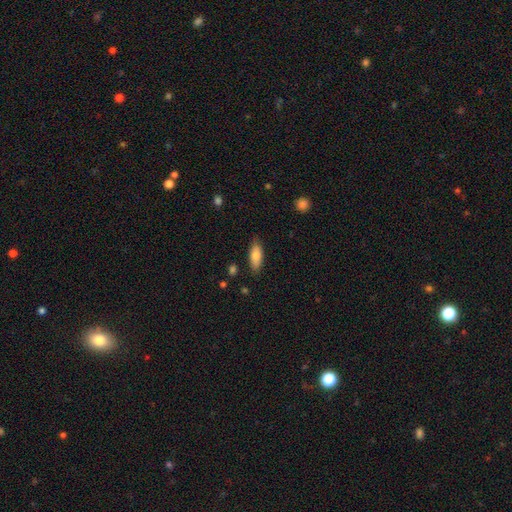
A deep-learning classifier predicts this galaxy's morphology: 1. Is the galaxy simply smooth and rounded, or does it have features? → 78% smooth, 16% featured or disk, 7% star or artifact.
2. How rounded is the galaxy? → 70% in between, 28% cigar-shaped, 2% round.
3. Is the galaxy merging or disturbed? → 82% none, 14% minor disturbance, 3% major disturbance, 2% merger.